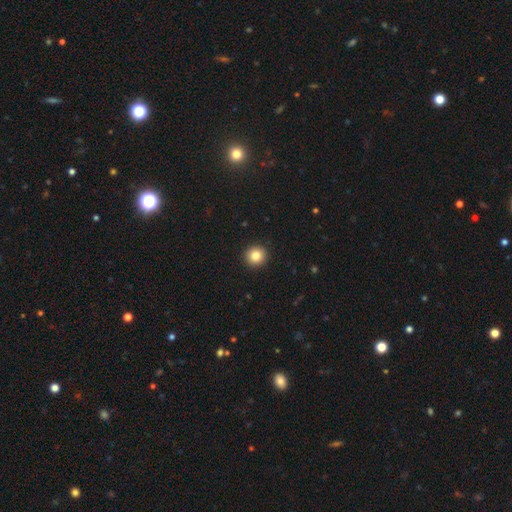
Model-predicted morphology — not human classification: Smooth or featured? Predicted: smooth (p=0.83). How rounded? Predicted: round (p=0.95). Merging? Predicted: none (p=0.93).